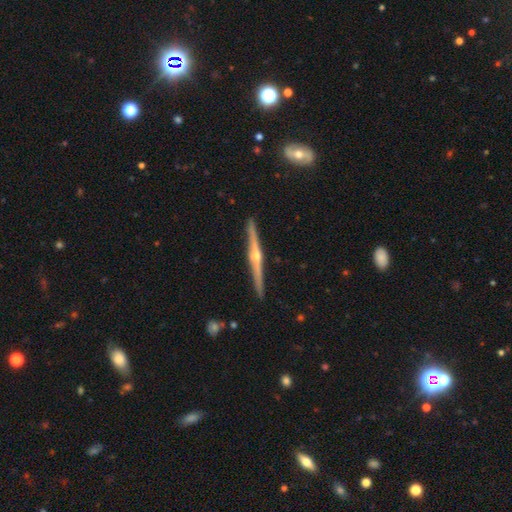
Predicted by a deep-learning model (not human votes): Overall: featured or disk (86%). Edge-on disk: yes (99%). Edge-on bulge: rounded (92%). Merging: none (92%).